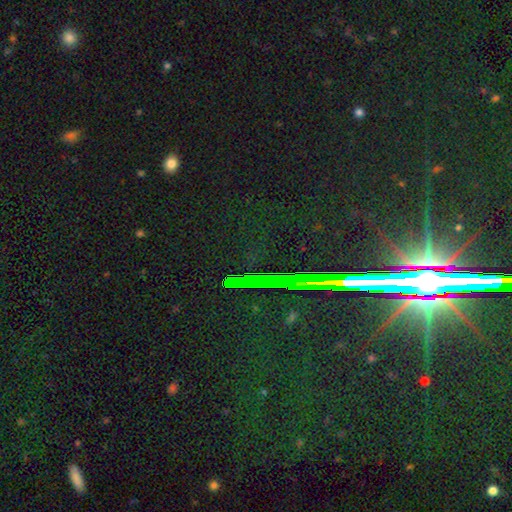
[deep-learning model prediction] smooth_or_featured: star or artifact (p=0.81) [alt: featured or disk p=0.10]